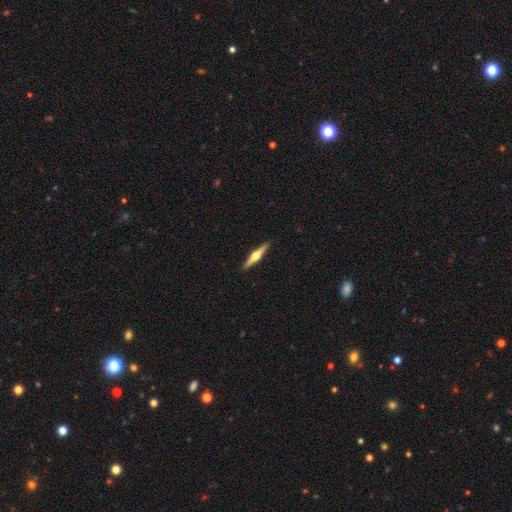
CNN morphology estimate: type=featured or disk (71%); edge-on=yes (98%); edge-on bulge=rounded (95%); merging=none (92%).